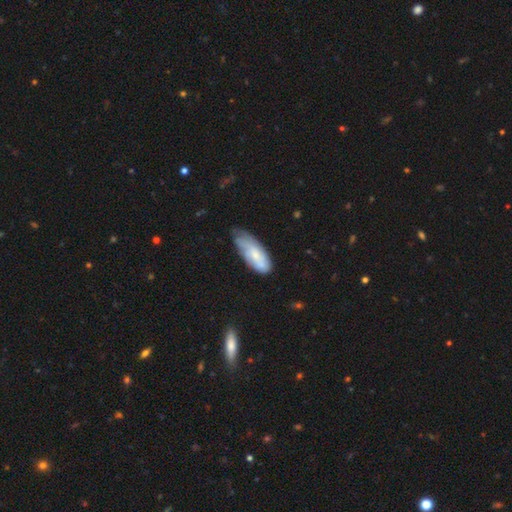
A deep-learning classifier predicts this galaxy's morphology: type=smooth (58%); roundness=in between (72%); merging=none (45%).